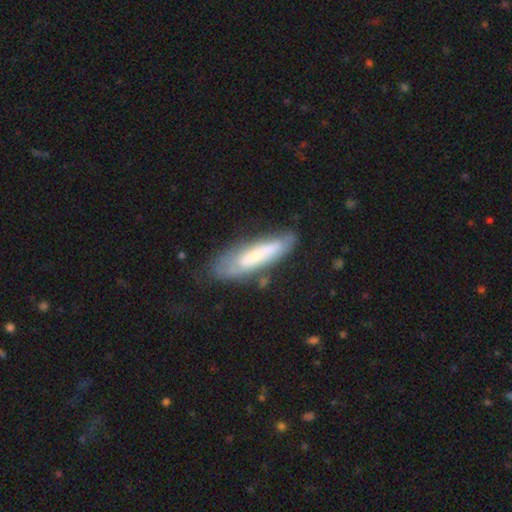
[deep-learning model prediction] featured or disk 49%, smooth 45%, star or artifact 6%. Down the decision tree: merging — none (63%).